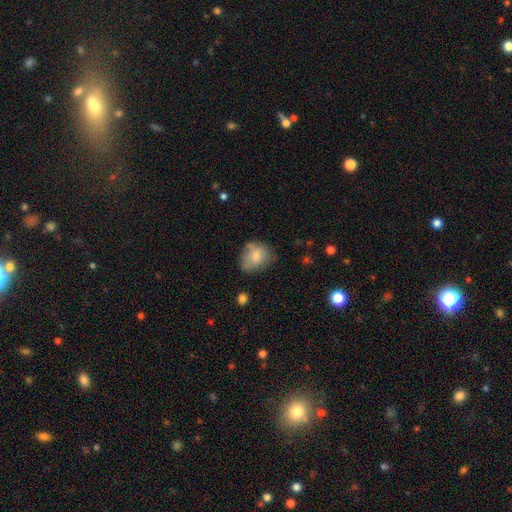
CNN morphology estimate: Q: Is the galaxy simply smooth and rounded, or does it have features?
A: smooth — 72%.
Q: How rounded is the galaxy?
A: round — 52%.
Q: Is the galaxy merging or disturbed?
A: none — 55%.